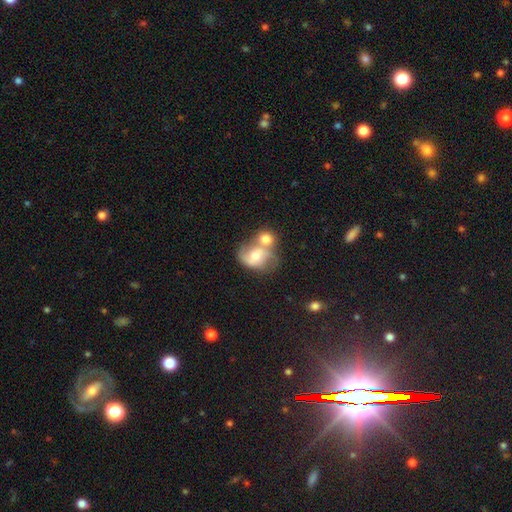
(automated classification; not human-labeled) Q: Smooth or featured?
A: featured or disk (53%); runner-up: smooth (38%)
Q: Edge-on disk?
A: no (97%); runner-up: yes (3%)
Q: Bar?
A: no (62%); runner-up: weak (31%)
Q: Spiral arms?
A: yes (77%); runner-up: no (23%)
Q: Bulge size?
A: moderate (55%); runner-up: small (23%)
Q: Merging?
A: merger (60%); runner-up: none (22%)